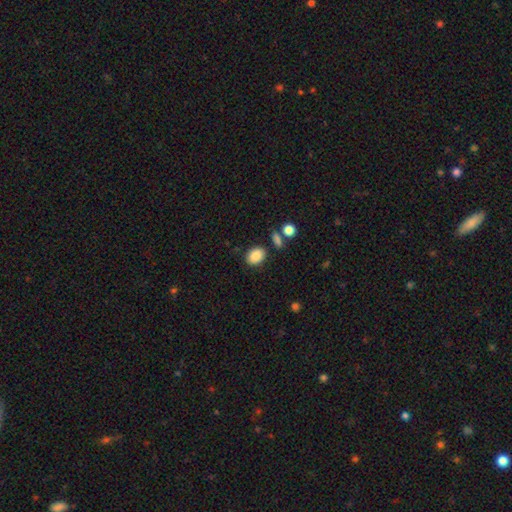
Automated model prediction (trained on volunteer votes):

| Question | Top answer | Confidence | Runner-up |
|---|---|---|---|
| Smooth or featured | smooth | 87% | star or artifact (9%) |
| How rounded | in between | 66% | round (32%) |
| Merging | none | 80% | minor disturbance (11%) |